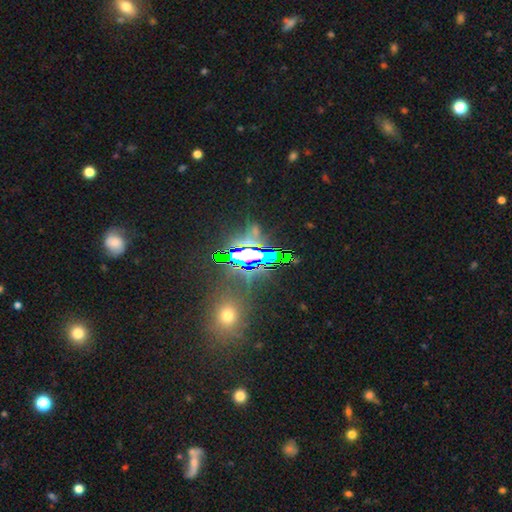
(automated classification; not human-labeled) Smooth or featured: star or artifact — 77% (smooth — 13%)